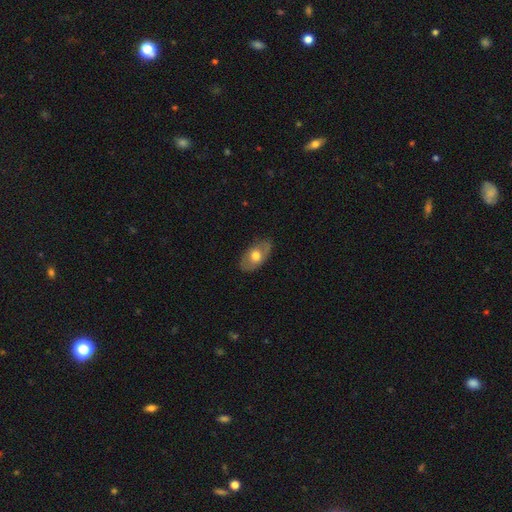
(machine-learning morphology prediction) Q: Smooth or featured?
A: smooth (55%); runner-up: featured or disk (39%)
Q: How rounded?
A: in between (88%); runner-up: round (10%)
Q: Merging?
A: none (78%); runner-up: minor disturbance (17%)